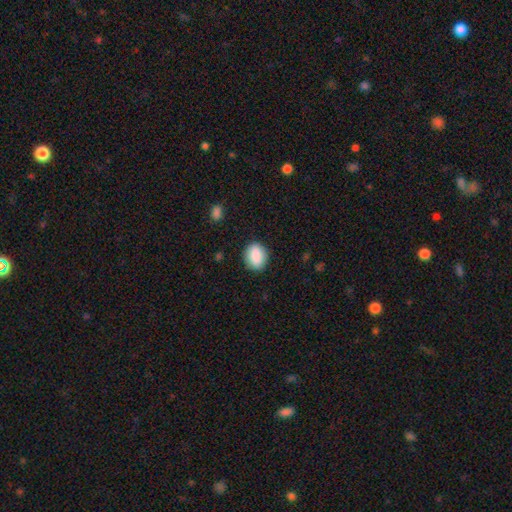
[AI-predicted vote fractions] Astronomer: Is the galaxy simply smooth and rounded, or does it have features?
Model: smooth — 89%.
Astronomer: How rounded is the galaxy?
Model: in between — 64%.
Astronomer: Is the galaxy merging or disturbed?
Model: none — 86%.